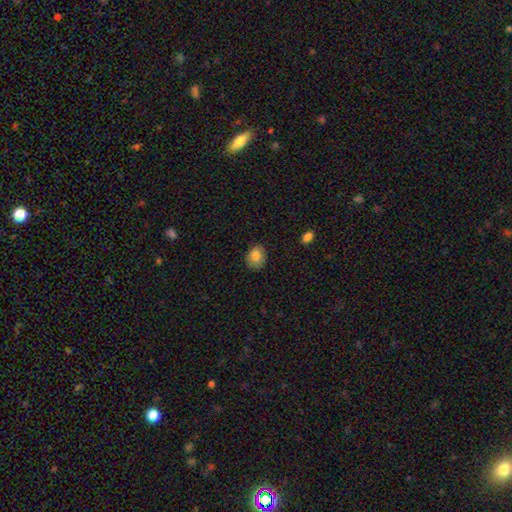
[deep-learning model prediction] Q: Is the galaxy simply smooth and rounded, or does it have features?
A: smooth — 83%.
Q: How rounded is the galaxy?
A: round — 50%.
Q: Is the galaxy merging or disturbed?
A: none — 80%.